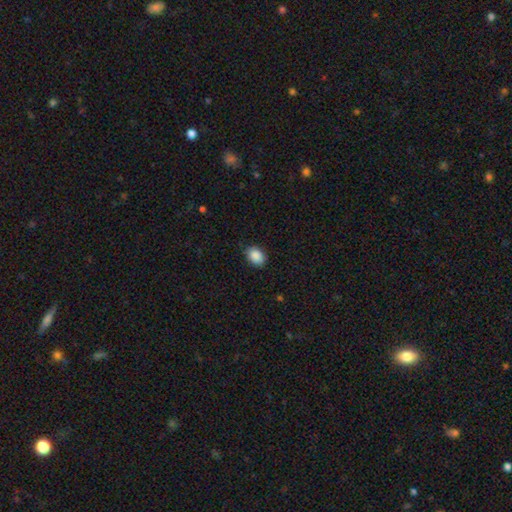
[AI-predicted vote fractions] Smooth or featured?
  - smooth: 89% *
  - star or artifact: 7%
  - featured or disk: 4%
How rounded?
  - in between: 71% *
  - round: 28%
  - cigar-shaped: 1%
Merging?
  - none: 84% *
  - minor disturbance: 13%
  - major disturbance: 2%
  - merger: 1%